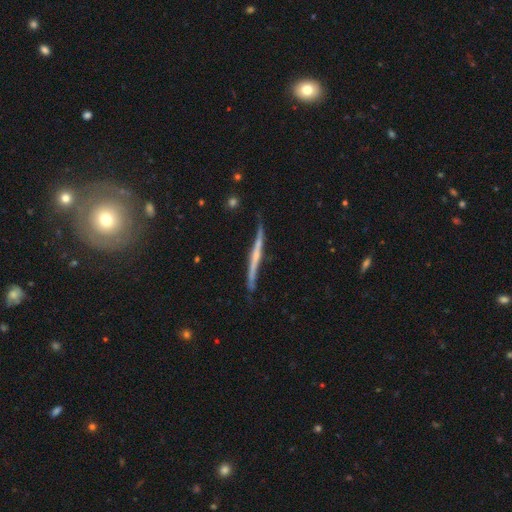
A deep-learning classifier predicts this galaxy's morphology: A featured or disk galaxy (71%) viewed edge-on (95%) with no central bulge (56%). Merging: none (72%).